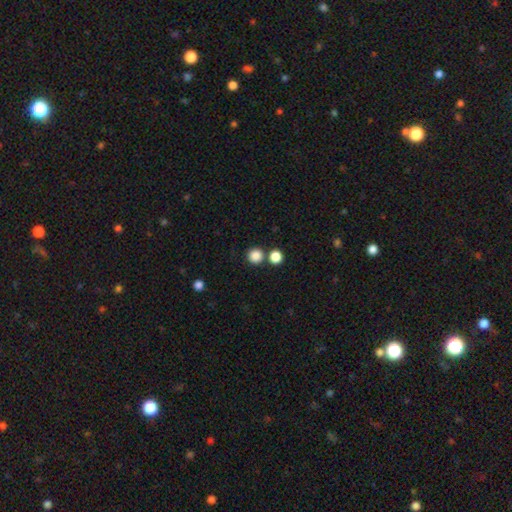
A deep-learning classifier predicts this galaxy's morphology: A smooth galaxy with no disk features (85%) that is round (94%).

Vote fractions:
- Smooth or featured? smooth: 85% / star or artifact: 11% / featured or disk: 4%
- How rounded? round: 94% / in between: 5% / cigar-shaped: 1%
- Merging? none: 78% / merger: 13% / minor disturbance: 6% / major disturbance: 3%